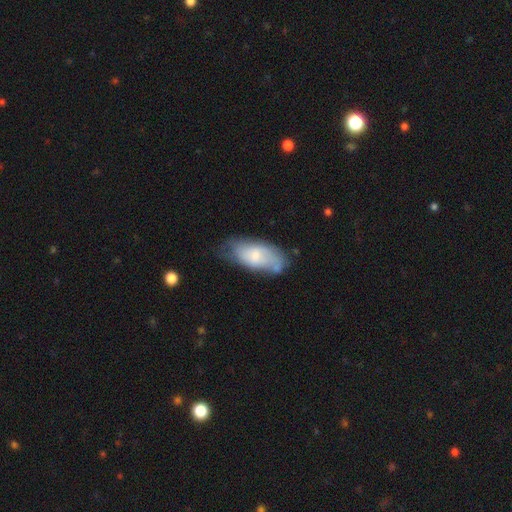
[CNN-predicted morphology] Smooth or featured: smooth — 60% (featured or disk — 33%)
How rounded: in between — 89% (cigar-shaped — 9%)
Merging: none — 51% (minor disturbance — 32%)